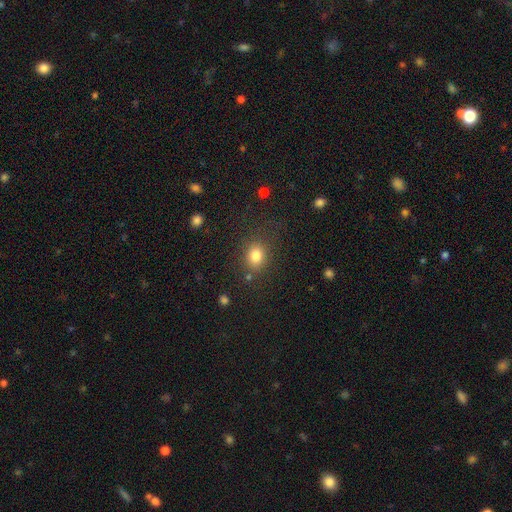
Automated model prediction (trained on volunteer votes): smooth-or-featured: smooth: 81% | star or artifact: 12% | featured or disk: 7%
  how-rounded: round: 55% | in between: 44% | cigar-shaped: 1%
  merging: none: 76% | minor disturbance: 13% | major disturbance: 6% | merger: 5%